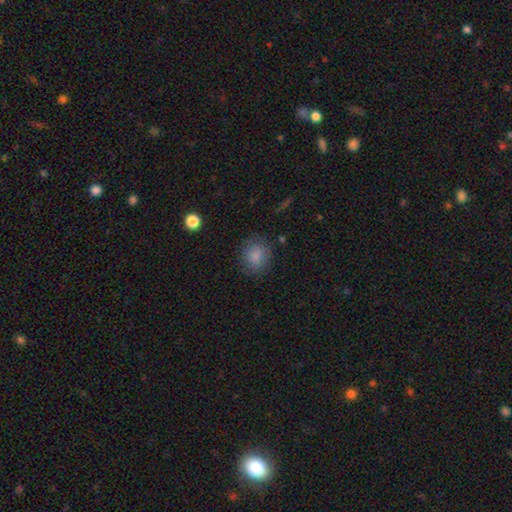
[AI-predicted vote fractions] Q: Smooth or featured?
A: smooth (83%); runner-up: star or artifact (10%)
Q: How rounded?
A: round (75%); runner-up: in between (24%)
Q: Merging?
A: none (79%); runner-up: minor disturbance (14%)